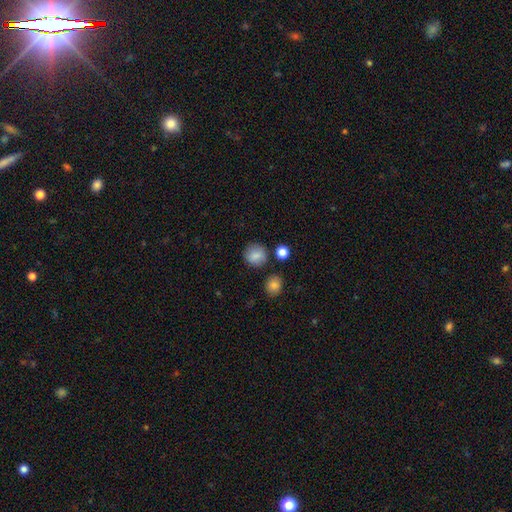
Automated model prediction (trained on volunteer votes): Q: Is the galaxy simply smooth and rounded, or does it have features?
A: smooth — 85%.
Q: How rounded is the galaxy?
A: round — 86%.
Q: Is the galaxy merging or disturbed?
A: none — 82%.